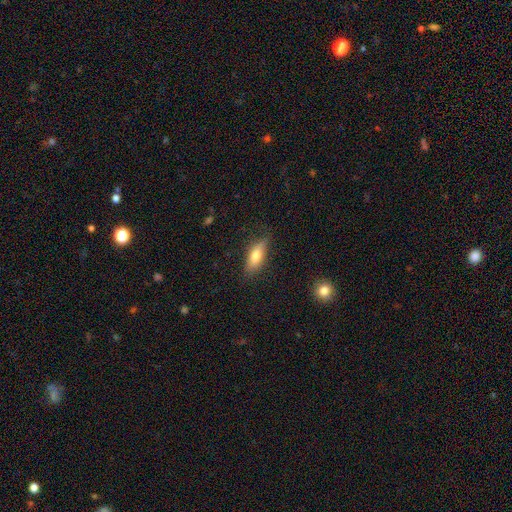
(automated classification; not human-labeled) This appears to be a smooth galaxy with no disk features (71%) that is in between round and cigar-shaped (65%). Merging: none (78%).